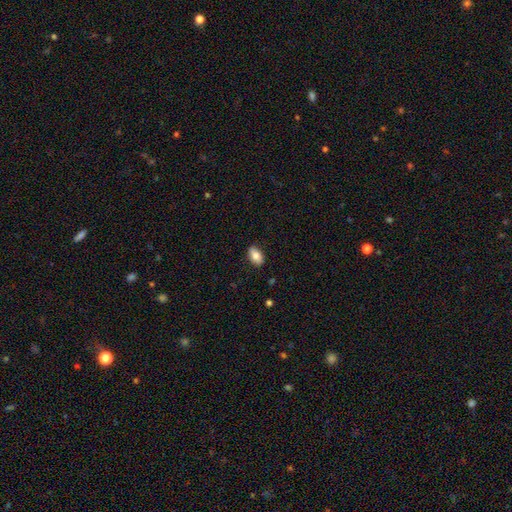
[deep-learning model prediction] Smooth or featured? smooth (81%)
How rounded? in between (91%)
Merging? none (86%)